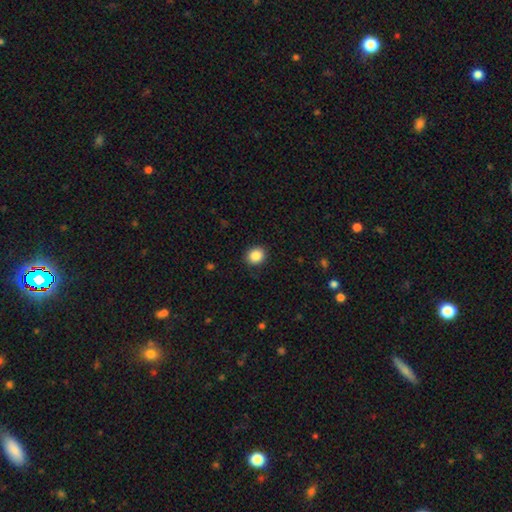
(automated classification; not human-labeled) Smooth or featured?
  - smooth: 87% *
  - star or artifact: 9%
  - featured or disk: 4%
How rounded?
  - round: 74% *
  - in between: 25%
  - cigar-shaped: 1%
Merging?
  - none: 90% *
  - minor disturbance: 7%
  - major disturbance: 2%
  - merger: 1%